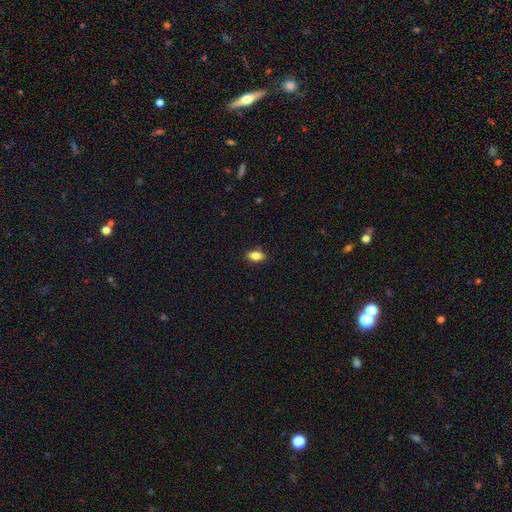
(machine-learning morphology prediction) smooth 84%, star or artifact 8%, featured or disk 8%. Down the decision tree: how rounded — in between (87%); merging — none (88%).